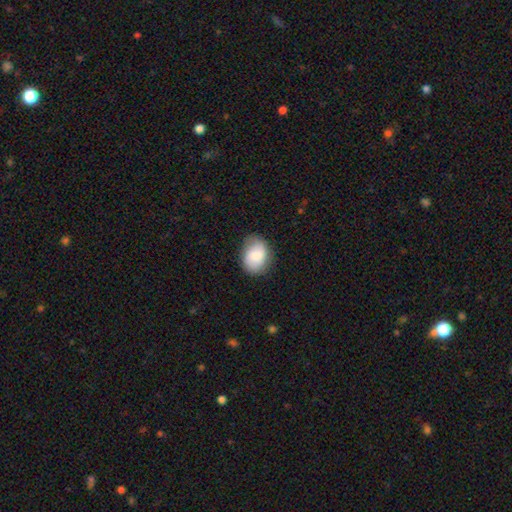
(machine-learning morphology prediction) smooth-or-featured: smooth: 75% | featured or disk: 18% | star or artifact: 7%
  how-rounded: in between: 67% | round: 32% | cigar-shaped: 1%
  merging: none: 77% | minor disturbance: 18% | major disturbance: 4% | merger: 1%